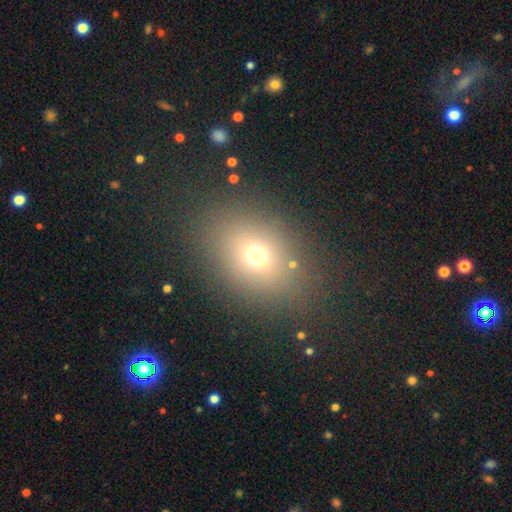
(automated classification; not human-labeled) Smooth or featured? Predicted: smooth (p=0.68). How rounded? Predicted: in between (p=0.60). Merging? Predicted: none (p=0.82).